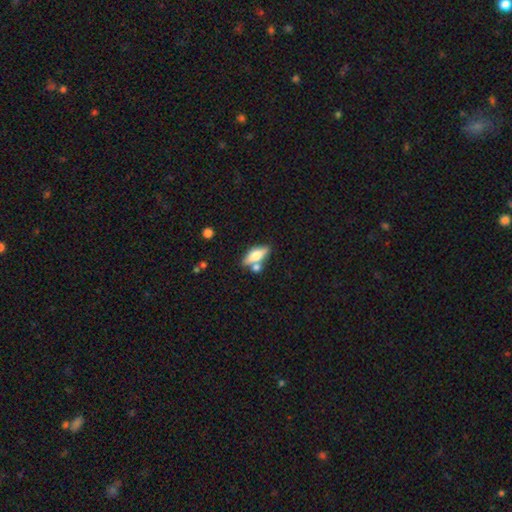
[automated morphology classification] Overall: smooth (52%; featured or disk 41%). How rounded: in between (60%; cigar-shaped 36%). Merging: none (64%).